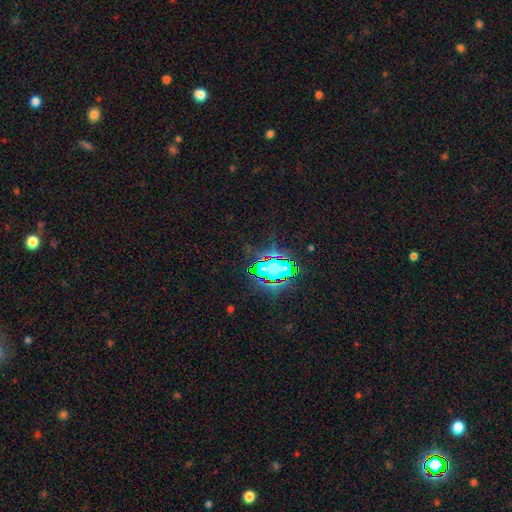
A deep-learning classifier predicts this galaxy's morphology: Smooth or featured? Predicted: star or artifact (p=0.81).